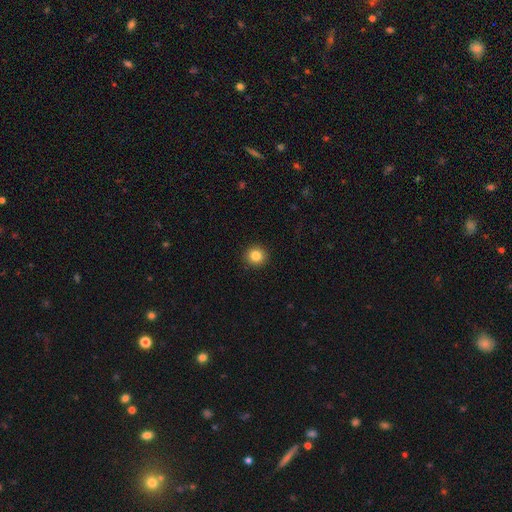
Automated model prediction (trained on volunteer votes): A smooth galaxy with no disk features (85%) that is round (93%). Merging: none (92%).